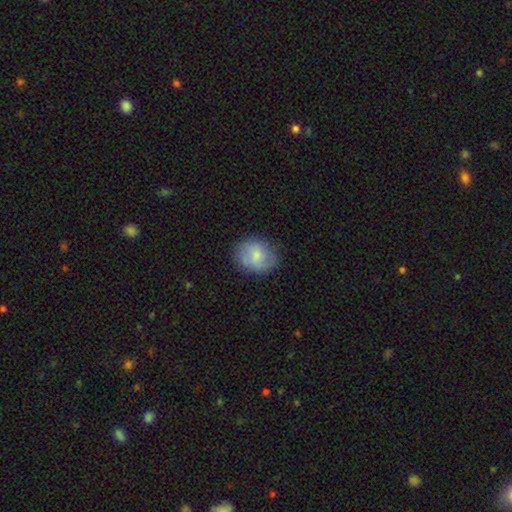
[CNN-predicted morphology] Smooth or featured? smooth (65%)
How rounded? round (64%)
Merging? none (75%)